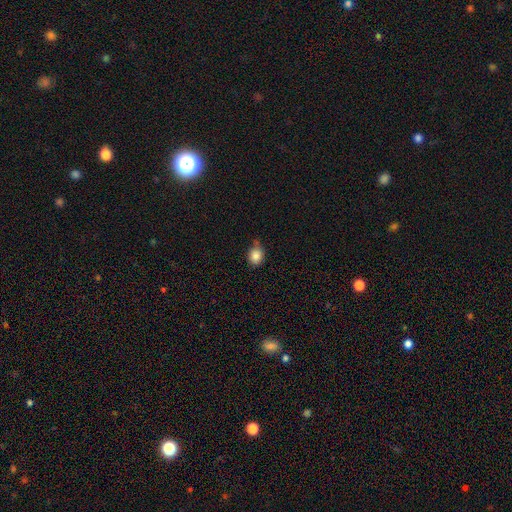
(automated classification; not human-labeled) smooth_or_featured: smooth (p=0.85) [alt: star or artifact p=0.10]
how_rounded: round (p=0.66) [alt: in between p=0.33]
merging: none (p=0.64) [alt: minor disturbance p=0.26]